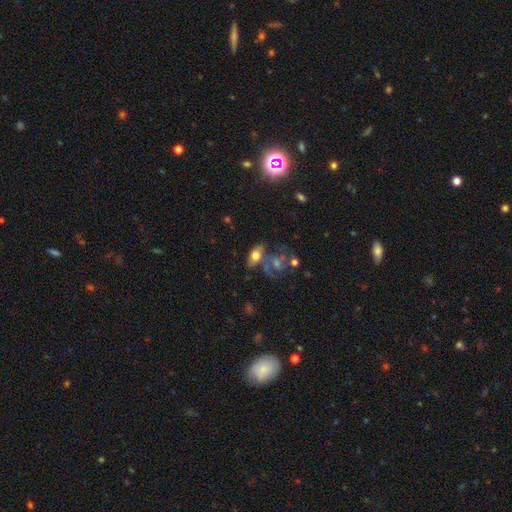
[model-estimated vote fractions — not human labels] This appears to be a smooth galaxy with no disk features (58%) that is in between round and cigar-shaped (78%). Merging: none (45%).